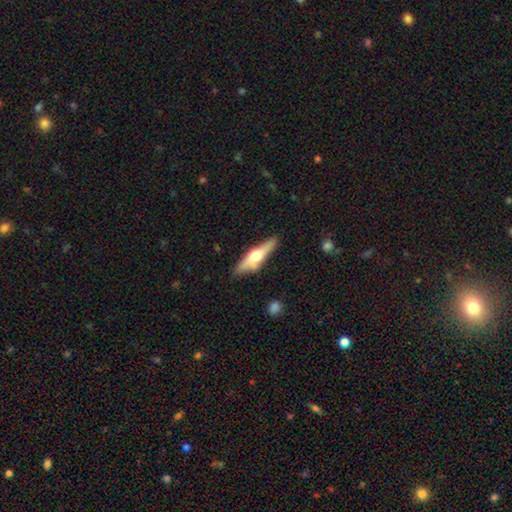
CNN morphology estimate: type=featured or disk (56%); edge-on=yes (93%); edge-on bulge=rounded (92%); merging=none (79%).